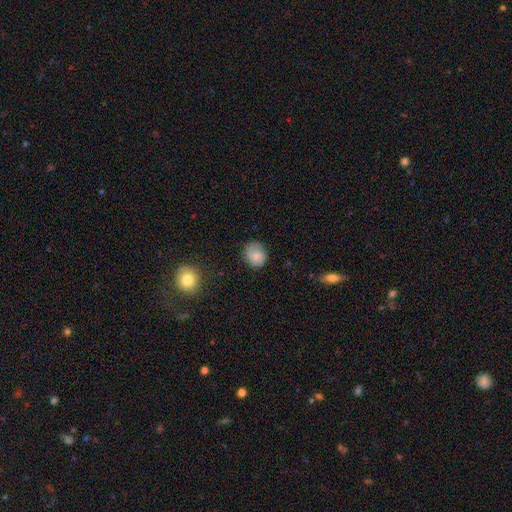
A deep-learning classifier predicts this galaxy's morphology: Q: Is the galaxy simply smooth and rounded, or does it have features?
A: smooth — 74%.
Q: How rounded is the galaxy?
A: round — 70%.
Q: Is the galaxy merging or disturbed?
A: none — 76%.